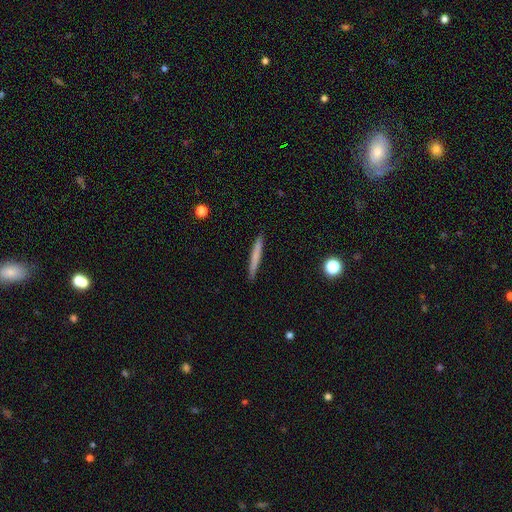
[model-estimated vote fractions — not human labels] Q: Smooth or featured?
A: smooth (67%); runner-up: featured or disk (27%)
Q: How rounded?
A: cigar-shaped (96%); runner-up: in between (2%)
Q: Merging?
A: none (91%); runner-up: minor disturbance (6%)